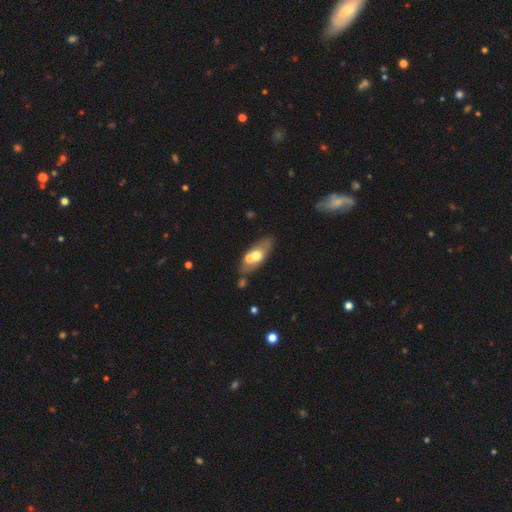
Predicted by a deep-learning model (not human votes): Overall: smooth (54%; featured or disk 38%). How rounded: in between (73%). Merging: none (59%; merger 24%).